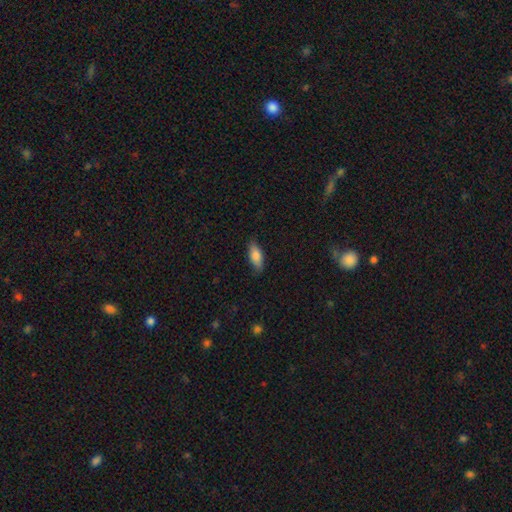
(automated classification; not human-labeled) Q: Smooth or featured?
A: smooth (82%); runner-up: featured or disk (12%)
Q: How rounded?
A: in between (77%); runner-up: cigar-shaped (20%)
Q: Merging?
A: none (84%); runner-up: minor disturbance (13%)